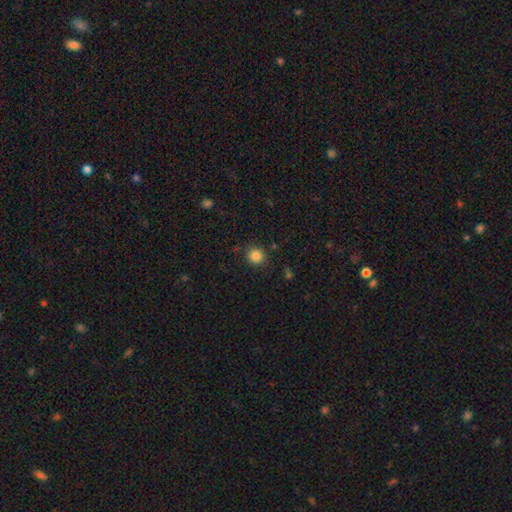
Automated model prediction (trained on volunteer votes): This is clearly a smooth galaxy (85%). How rounded: clearly round (88%). Merging: clearly none (88%).